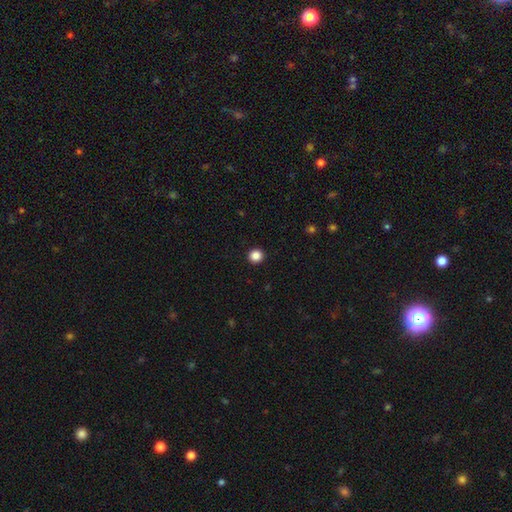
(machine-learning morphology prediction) Q: Smooth or featured?
A: smooth (86%); runner-up: star or artifact (11%)
Q: How rounded?
A: round (94%); runner-up: in between (5%)
Q: Merging?
A: none (94%); runner-up: minor disturbance (4%)